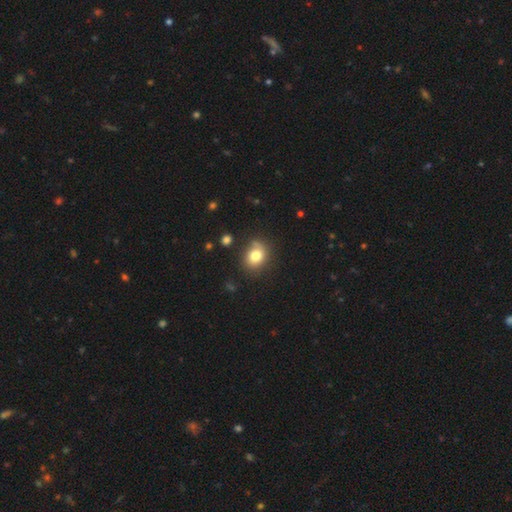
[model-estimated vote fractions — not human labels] Smooth or featured? Predicted: smooth (p=0.79). How rounded? Predicted: round (p=0.56). Merging? Predicted: none (p=0.73).